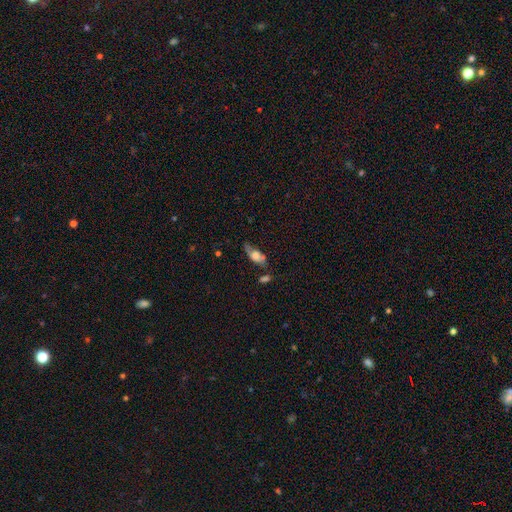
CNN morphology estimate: Overall: smooth (56%; featured or disk 35%). How rounded: in between (77%). Merging: none (49%; minor disturbance 30%).